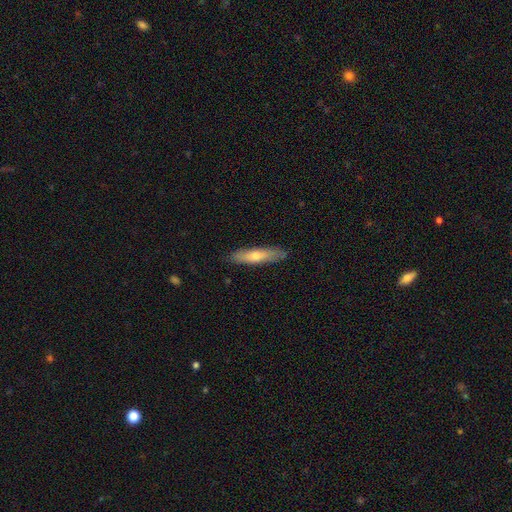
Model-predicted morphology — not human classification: A smooth galaxy with no disk features (59%) that is cigar-shaped (82%). Merging: none (87%).